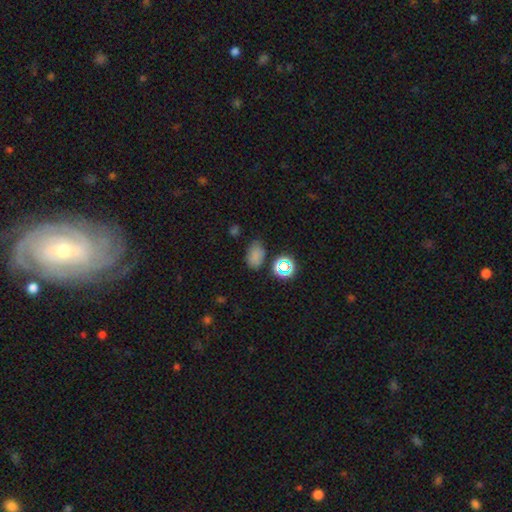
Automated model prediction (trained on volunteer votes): Smooth or featured? smooth (72%)
How rounded? in between (84%)
Merging? none (69%)